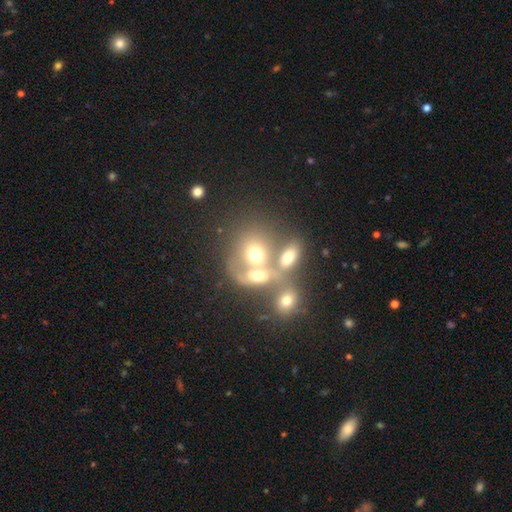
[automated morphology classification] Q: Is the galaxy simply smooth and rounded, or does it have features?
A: smooth — 50%.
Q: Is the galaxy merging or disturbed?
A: merger — 61%.